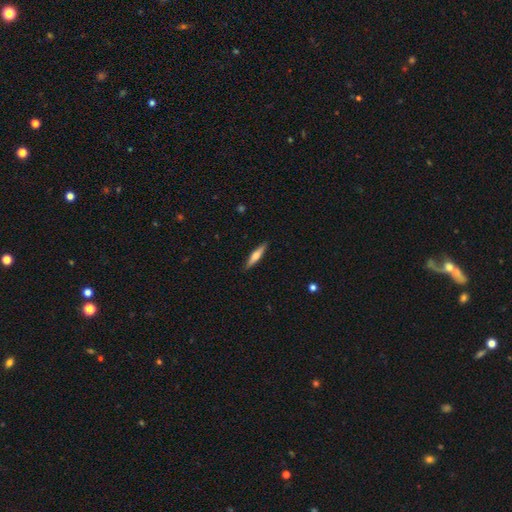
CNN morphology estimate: Smooth or featured: smooth — 47% (tied with featured or disk — 47%)
Merging: none — 90% (minor disturbance — 7%)